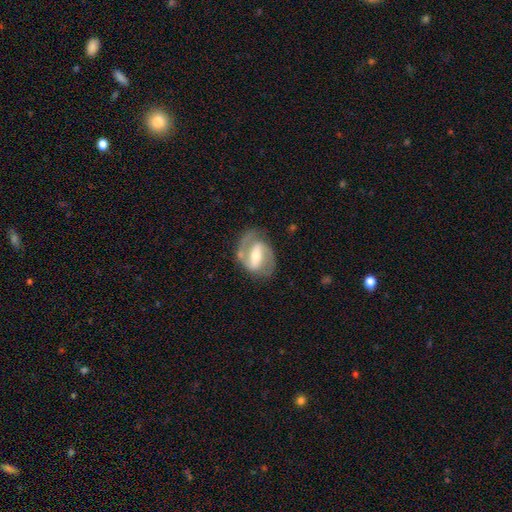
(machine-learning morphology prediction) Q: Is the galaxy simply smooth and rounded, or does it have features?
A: featured or disk — 85%.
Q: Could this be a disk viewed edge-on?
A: no — 97%.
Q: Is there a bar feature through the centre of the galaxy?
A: strong — 60%.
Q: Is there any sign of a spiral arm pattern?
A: yes — 93%.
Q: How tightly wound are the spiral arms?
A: medium — 53%.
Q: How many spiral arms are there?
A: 2 — 88%.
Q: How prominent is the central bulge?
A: moderate — 52%.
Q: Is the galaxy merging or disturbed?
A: none — 75%.